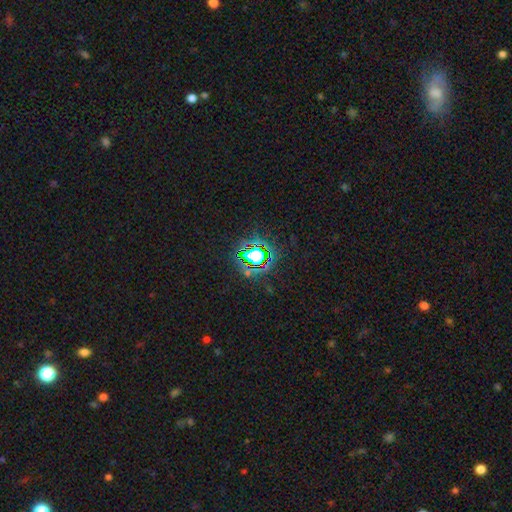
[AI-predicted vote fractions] This appears to be a star or artifact, not a galaxy (76%).